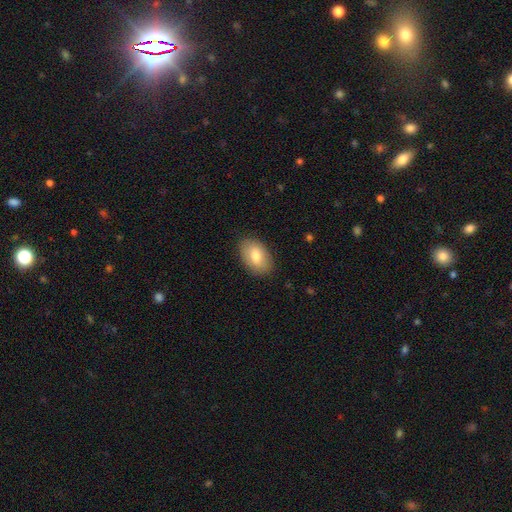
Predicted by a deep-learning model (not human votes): Smooth or featured? smooth (78%)
How rounded? in between (91%)
Merging? none (86%)